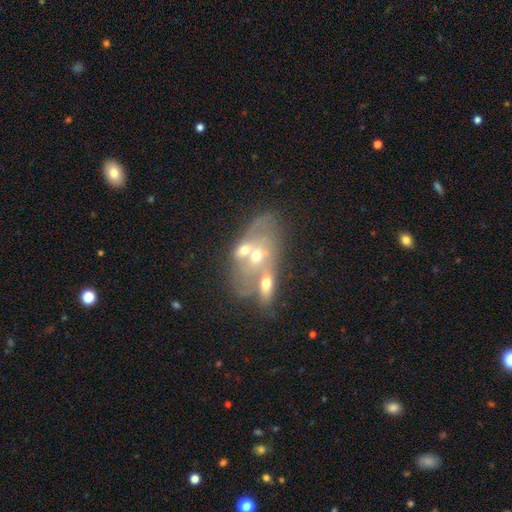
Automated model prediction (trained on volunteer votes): Smooth or featured? Predicted: featured or disk (p=0.59). Edge-on disk? Predicted: no (p=0.92). Bar? Predicted: no (p=0.85). Spiral arms? Predicted: no (p=0.75). Bulge size? Predicted: moderate (p=0.46). Merging? Predicted: merger (p=0.67).